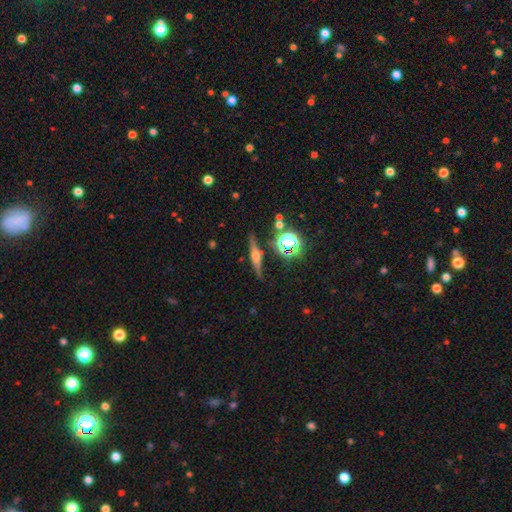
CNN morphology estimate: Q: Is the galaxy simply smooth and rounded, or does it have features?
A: featured or disk — 58%.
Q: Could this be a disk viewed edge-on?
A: yes — 95%.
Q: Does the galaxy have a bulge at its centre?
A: rounded — 82%.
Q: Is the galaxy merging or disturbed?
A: none — 85%.